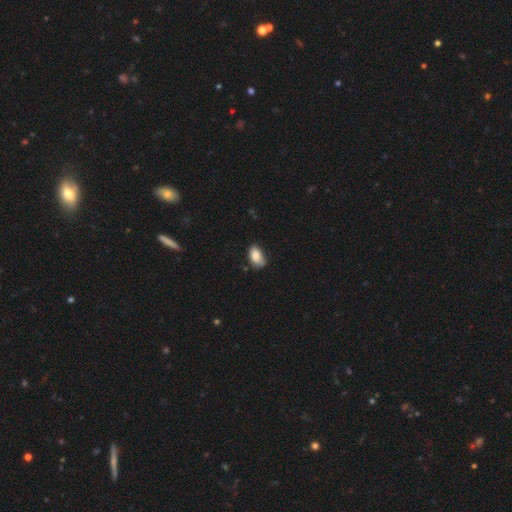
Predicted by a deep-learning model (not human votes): Smooth or featured? smooth (83%)
How rounded? in between (92%)
Merging? none (54%)